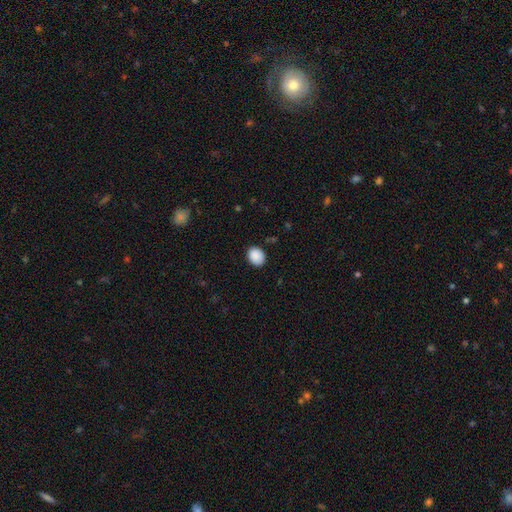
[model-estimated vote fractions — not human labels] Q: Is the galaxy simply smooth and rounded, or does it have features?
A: smooth — 89%.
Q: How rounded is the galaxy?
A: round — 50%, tied with in between.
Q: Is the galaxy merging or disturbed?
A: none — 84%.